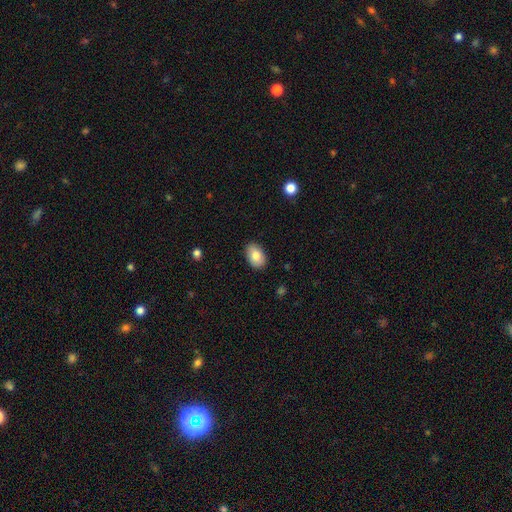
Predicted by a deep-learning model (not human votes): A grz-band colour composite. It shows a smooth galaxy with no disk features (81%) that is in between round and cigar-shaped (88%). Merging: none (88%).